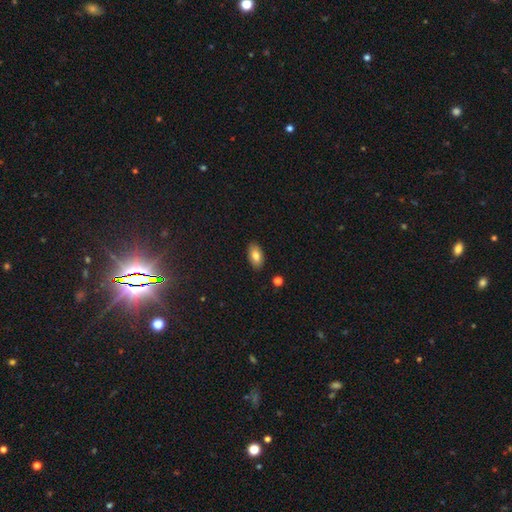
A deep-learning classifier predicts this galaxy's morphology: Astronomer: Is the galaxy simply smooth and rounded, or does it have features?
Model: smooth — 80%.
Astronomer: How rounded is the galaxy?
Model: in between — 93%.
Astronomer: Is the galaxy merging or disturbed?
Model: none — 88%.